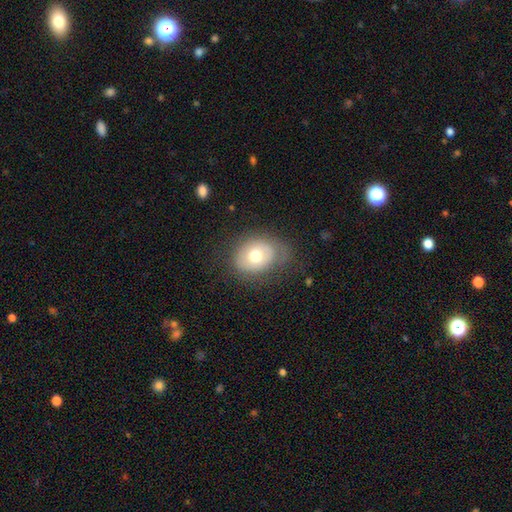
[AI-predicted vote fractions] This appears to be a smooth galaxy with no disk features (64%) that is in between round and cigar-shaped (54%). Merging: none (66%).